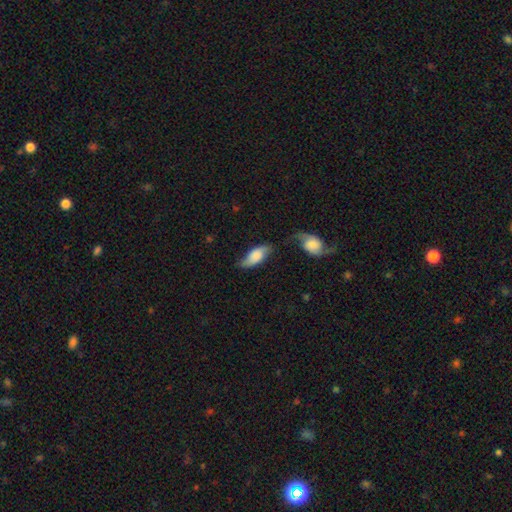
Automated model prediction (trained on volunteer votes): A smooth galaxy with no disk features (60%) that is in between round and cigar-shaped (81%).

Vote fractions:
- Smooth or featured? smooth: 60% / featured or disk: 33% / star or artifact: 7%
- How rounded? in between: 81% / cigar-shaped: 16% / round: 3%
- Merging? none: 49% / minor disturbance: 28% / merger: 12% / major disturbance: 11%